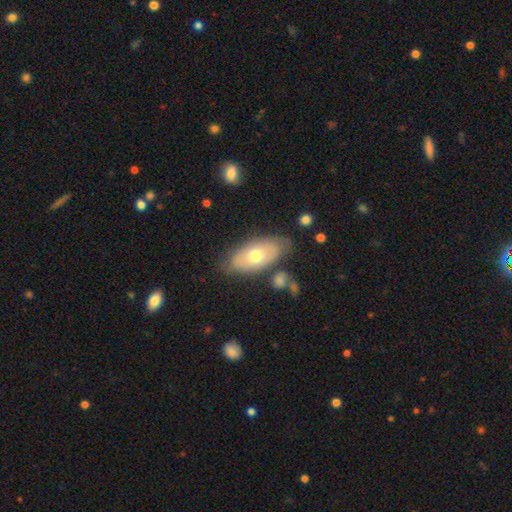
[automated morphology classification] This is likely a smooth galaxy (60%). How rounded: clearly in between (90%). Merging: likely none (73%).